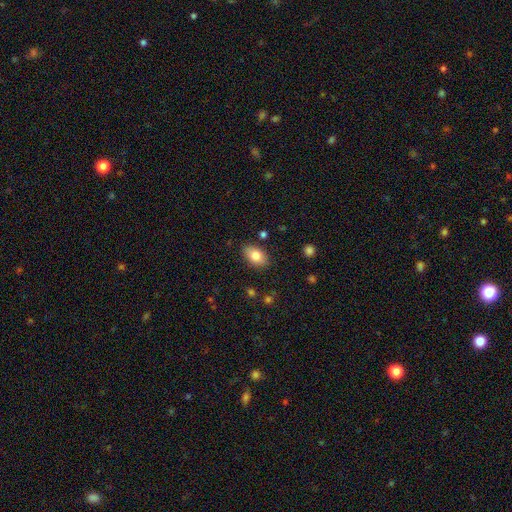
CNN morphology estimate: Smooth or featured? Predicted: smooth (p=0.80). How rounded? Predicted: in between (p=0.90). Merging? Predicted: none (p=0.85).